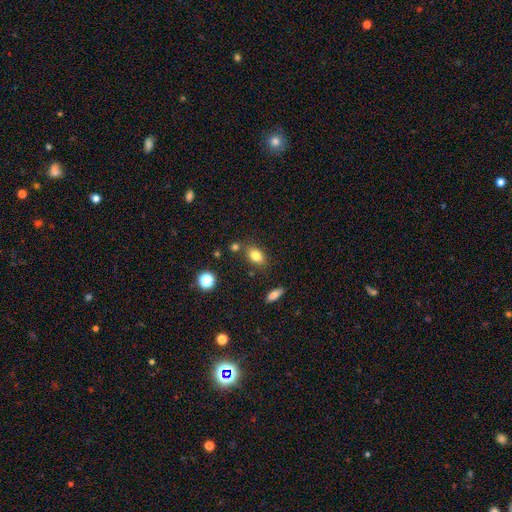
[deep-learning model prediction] Overall: smooth (80%). How rounded: in between (80%). Merging: none (75%).